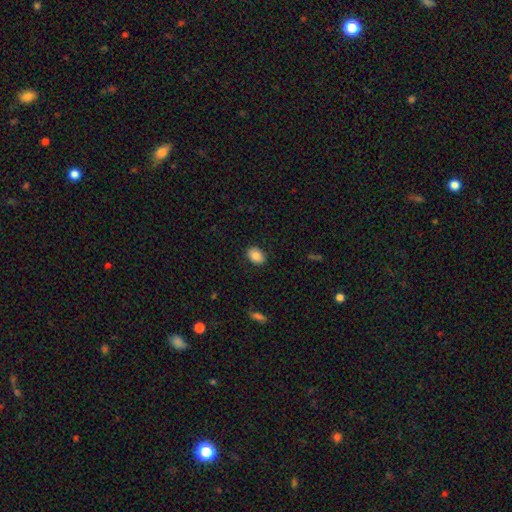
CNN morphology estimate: smooth 84%, featured or disk 8%, star or artifact 8%. Down the decision tree: how rounded — in between (82%); merging — none (87%).